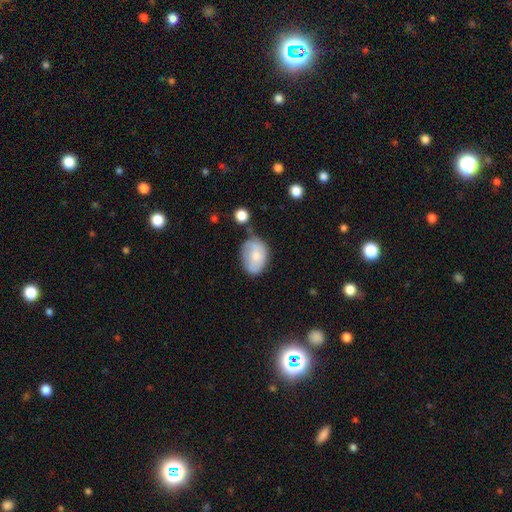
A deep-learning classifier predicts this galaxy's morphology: A smooth galaxy with no disk features (67%) that is in between round and cigar-shaped (83%).

Vote fractions:
- Smooth or featured? smooth: 67% / featured or disk: 26% / star or artifact: 7%
- How rounded? in between: 83% / round: 16% / cigar-shaped: 1%
- Merging? none: 46% / minor disturbance: 34% / major disturbance: 11% / merger: 8%